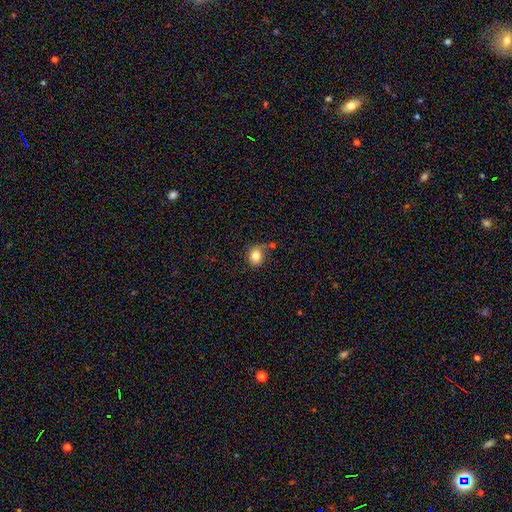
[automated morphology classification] A smooth galaxy with no disk features (82%) that is round (73%). Merging: none (69%).